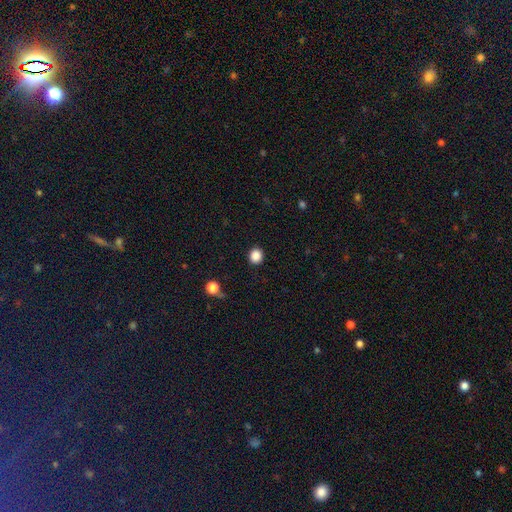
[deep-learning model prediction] This is clearly a smooth galaxy (87%). How rounded: clearly round (87%). Merging: clearly none (91%).